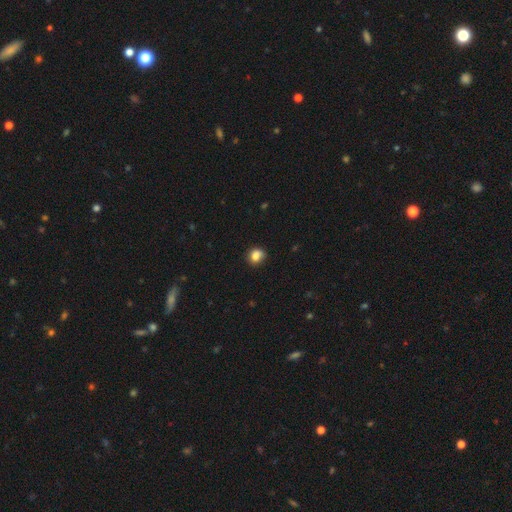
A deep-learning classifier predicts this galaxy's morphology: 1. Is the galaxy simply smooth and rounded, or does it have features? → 82% smooth, 10% star or artifact, 8% featured or disk.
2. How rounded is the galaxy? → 69% round, 30% in between, 1% cigar-shaped.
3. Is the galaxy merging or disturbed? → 70% none, 21% minor disturbance, 5% major disturbance, 4% merger.